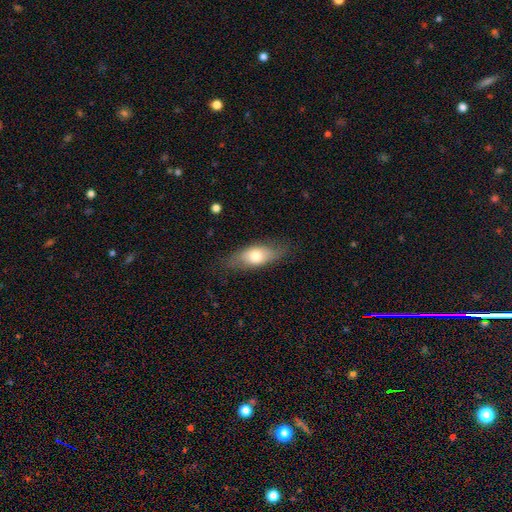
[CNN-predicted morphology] Smooth or featured: smooth — 68% (featured or disk — 26%)
How rounded: in between — 79% (cigar-shaped — 17%)
Merging: none — 76% (minor disturbance — 17%)